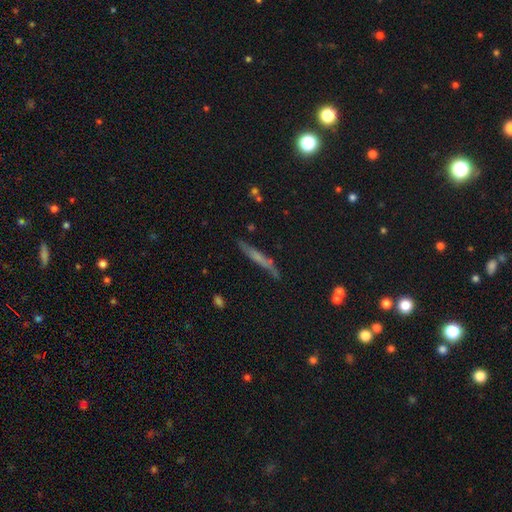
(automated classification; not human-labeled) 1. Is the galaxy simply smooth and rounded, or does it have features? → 46% smooth, 43% featured or disk, 11% star or artifact.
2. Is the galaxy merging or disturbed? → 78% none, 15% minor disturbance, 4% major disturbance, 3% merger.